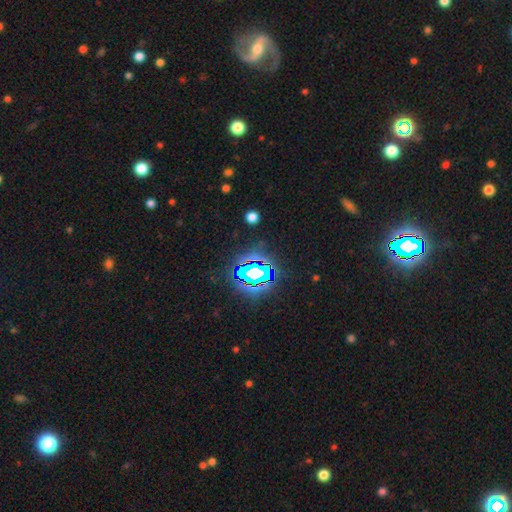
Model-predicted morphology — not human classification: Smooth or featured?
  - star or artifact: 82% *
  - smooth: 11%
  - featured or disk: 7%